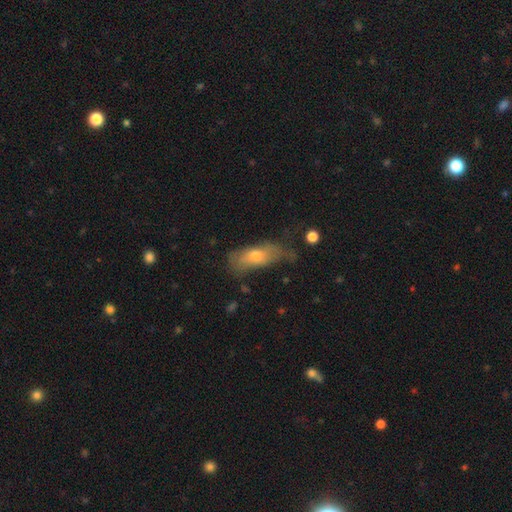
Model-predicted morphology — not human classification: Smooth or featured? Predicted: smooth (p=0.57). How rounded? Predicted: in between (p=0.70). Merging? Predicted: none (p=0.42).